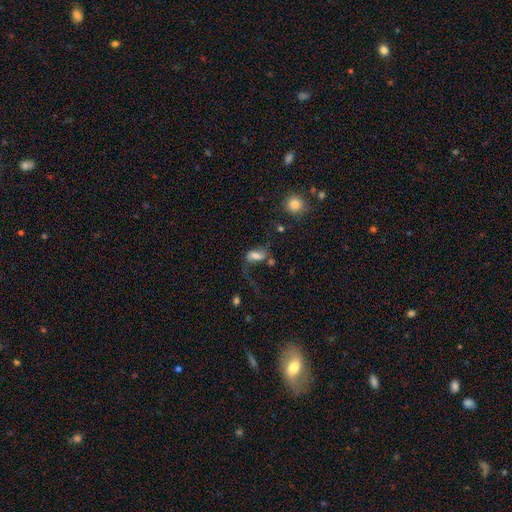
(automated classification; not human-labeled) Overall: smooth (49%; featured or disk 39%). Merging: none (36%; major disturbance 34%).